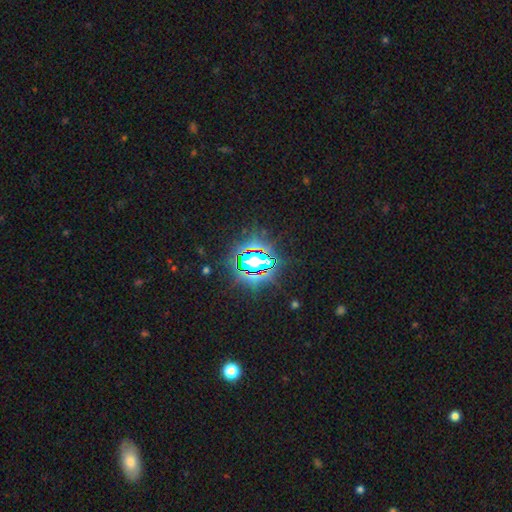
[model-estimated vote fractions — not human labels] A star or artifact, not a galaxy (80%).